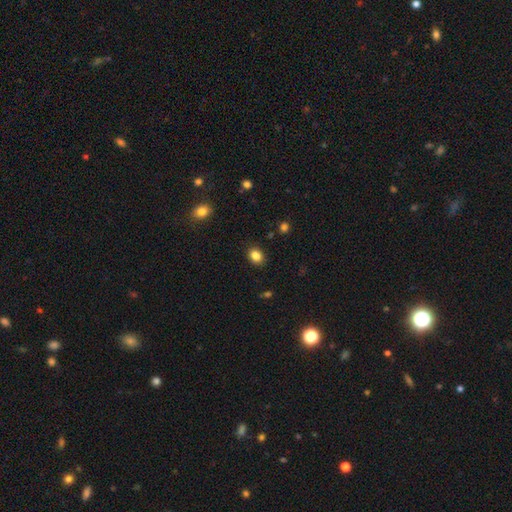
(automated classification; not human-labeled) Morphology: type=smooth (84%); roundness=in between (51%); merging=none (89%).